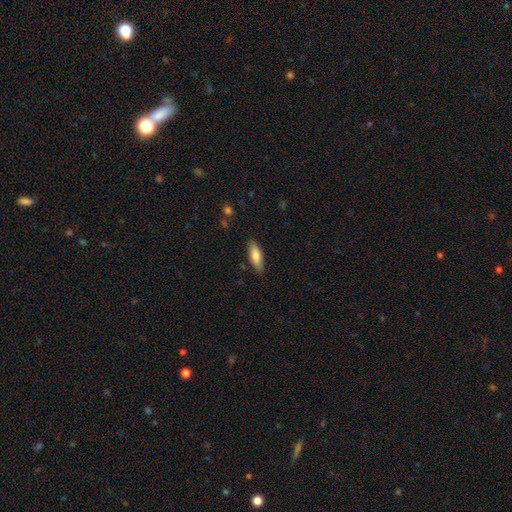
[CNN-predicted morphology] Smooth or featured: smooth — 81% (featured or disk — 13%)
How rounded: in between — 62% (cigar-shaped — 36%)
Merging: none — 86% (minor disturbance — 11%)